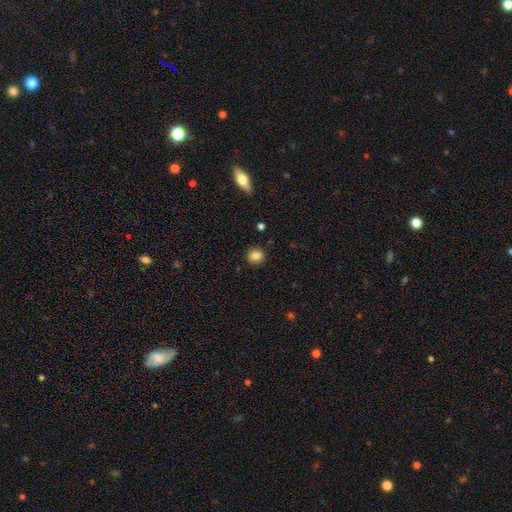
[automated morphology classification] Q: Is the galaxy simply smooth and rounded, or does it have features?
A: smooth — 84%.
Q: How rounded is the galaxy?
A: round — 78%.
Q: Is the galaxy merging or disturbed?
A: none — 90%.